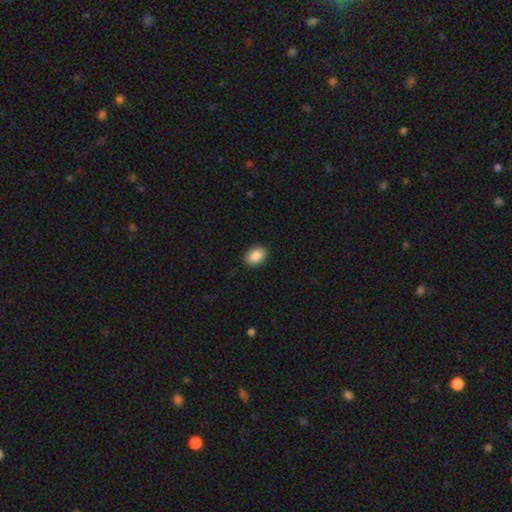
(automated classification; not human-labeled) smooth_or_featured: smooth (p=0.89) [alt: star or artifact p=0.07]
how_rounded: in between (p=0.81) [alt: round p=0.18]
merging: none (p=0.90) [alt: minor disturbance p=0.07]